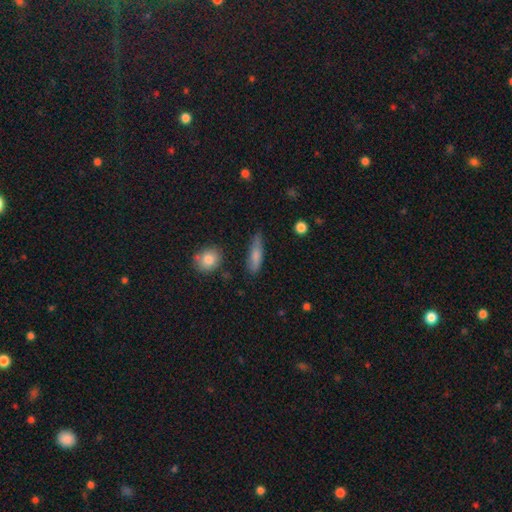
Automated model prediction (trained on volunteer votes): Morphology: type=smooth (77%); roundness=cigar-shaped (57%); merging=none (72%).